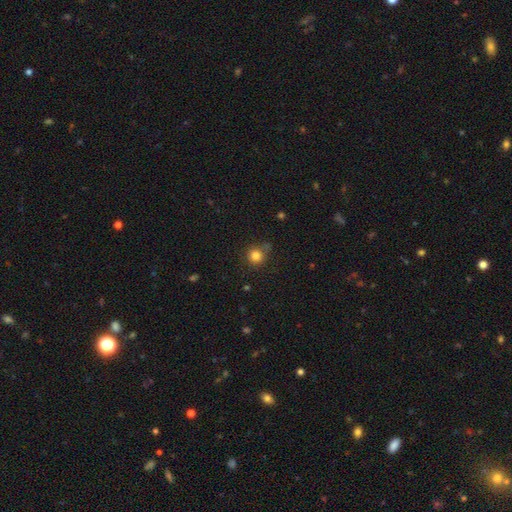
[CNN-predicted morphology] type=smooth (82%); roundness=round (91%); merging=none (75%).